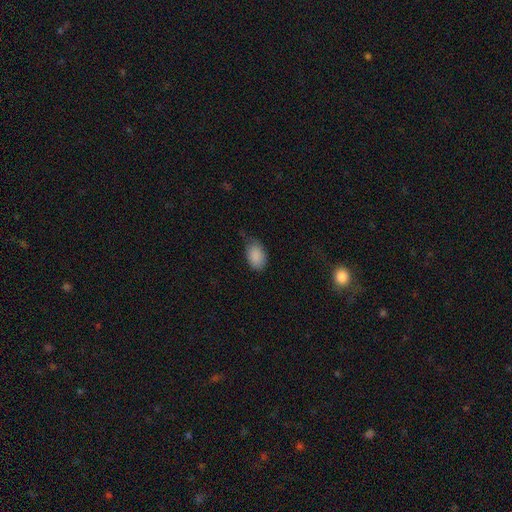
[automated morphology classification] A smooth galaxy with no disk features (89%) that is in between round and cigar-shaped (89%).

Vote fractions:
- Smooth or featured? smooth: 89% / star or artifact: 7% / featured or disk: 4%
- How rounded? in between: 89% / round: 10% / cigar-shaped: 1%
- Merging? none: 57% / minor disturbance: 33% / major disturbance: 8% / merger: 2%